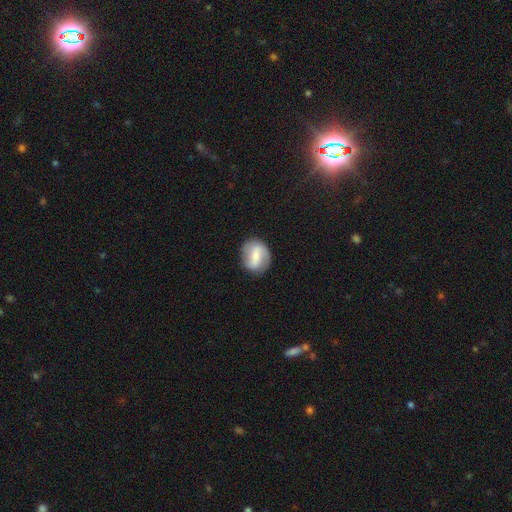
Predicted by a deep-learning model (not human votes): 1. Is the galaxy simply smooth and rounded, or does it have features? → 50% featured or disk, 43% smooth, 7% star or artifact.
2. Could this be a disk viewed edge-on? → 95% no, 5% yes.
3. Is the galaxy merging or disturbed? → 81% none, 13% minor disturbance, 4% major disturbance, 1% merger.